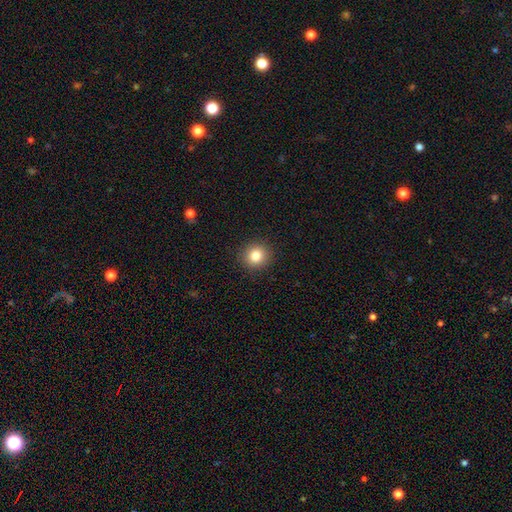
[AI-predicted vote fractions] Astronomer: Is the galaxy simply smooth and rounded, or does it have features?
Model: smooth — 83%.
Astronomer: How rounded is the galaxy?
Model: round — 90%.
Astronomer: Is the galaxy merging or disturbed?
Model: none — 91%.